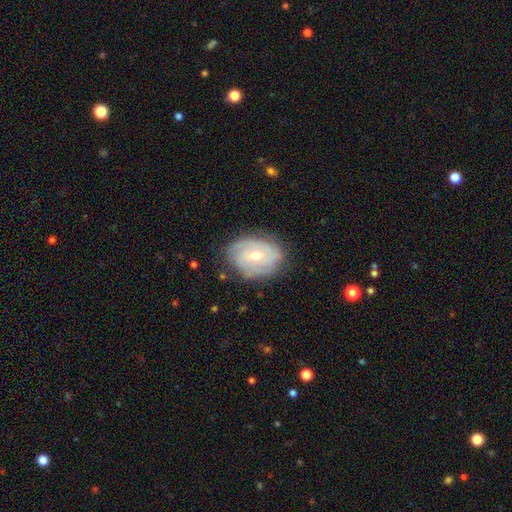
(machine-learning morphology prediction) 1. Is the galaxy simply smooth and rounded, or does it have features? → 74% featured or disk, 19% smooth, 7% star or artifact.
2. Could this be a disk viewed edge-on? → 96% no, 4% yes.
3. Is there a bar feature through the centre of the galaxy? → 58% no, 34% weak, 8% strong.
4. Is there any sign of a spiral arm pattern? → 89% yes, 11% no.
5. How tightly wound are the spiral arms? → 65% tight, 27% medium, 8% loose.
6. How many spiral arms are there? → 34% can't tell, 29% 2, 22% 3, 7% 4, 5% 1, 4% more than 4.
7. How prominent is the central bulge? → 58% moderate, 39% small, 2% large, 1% none, 1% dominant.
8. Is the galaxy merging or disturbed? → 76% none, 18% minor disturbance, 5% major disturbance, 1% merger.